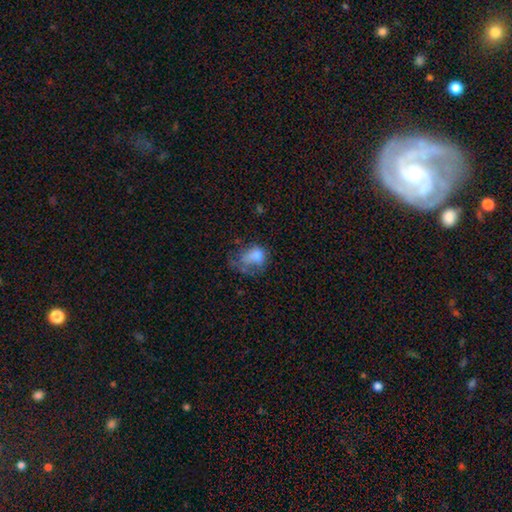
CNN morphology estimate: smooth-or-featured: smooth: 65% | featured or disk: 24% | star or artifact: 11%
  how-rounded: in between: 61% | round: 38% | cigar-shaped: 1%
  merging: major disturbance: 49% | minor disturbance: 23% | none: 22% | merger: 7%